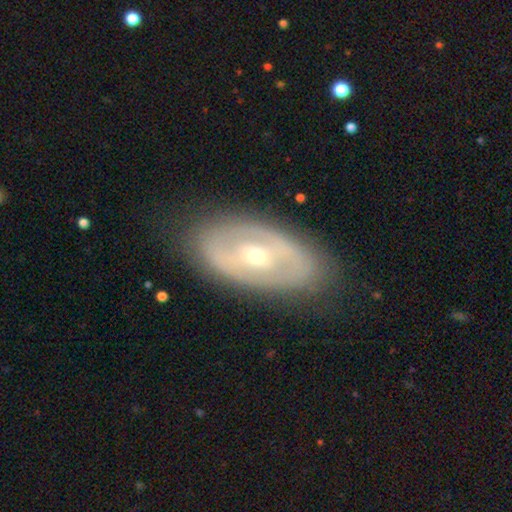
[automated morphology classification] smooth_or_featured: featured or disk (p=0.69) [alt: smooth p=0.25]
disk_edge_on: no (p=0.90) [alt: yes p=0.10]
bar: no (p=0.56) [alt: weak p=0.29]
has_spiral_arms: no (p=0.61) [alt: yes p=0.39]
bulge_size: small (p=0.54) [alt: moderate p=0.42]
merging: none (p=0.80) [alt: minor disturbance p=0.14]